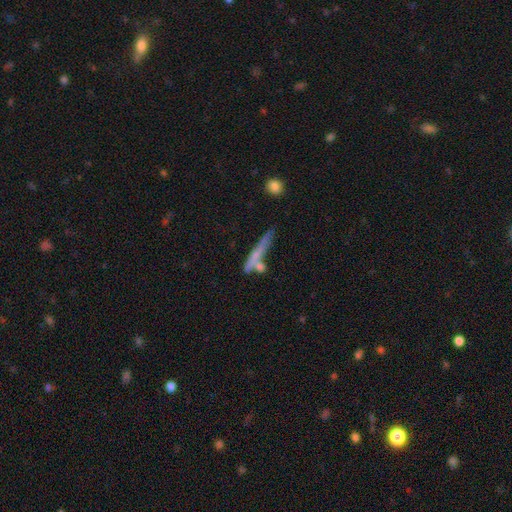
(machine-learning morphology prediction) smooth_or_featured: smooth (p=0.49) [alt: featured or disk p=0.42]
merging: none (p=0.58) [alt: merger p=0.19]